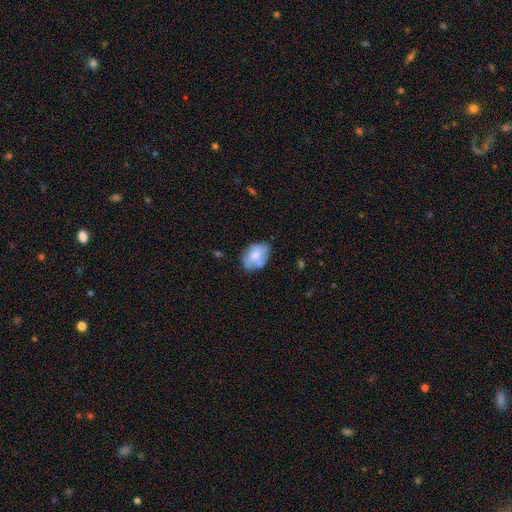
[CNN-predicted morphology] A smooth galaxy with no disk features (61%) that is in between round and cigar-shaped (74%). Merging: none (58%).